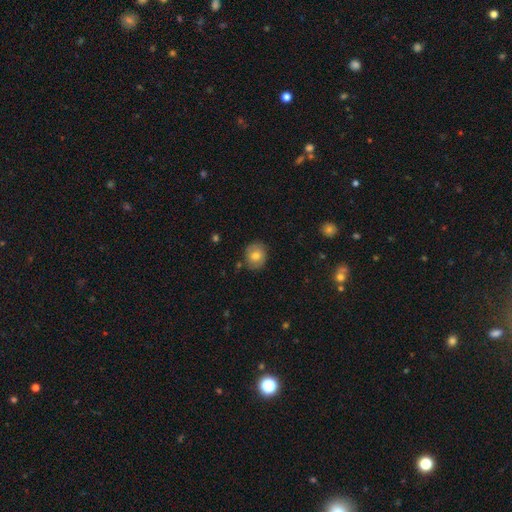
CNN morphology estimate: Smooth or featured?
  - smooth: 71% *
  - featured or disk: 21%
  - star or artifact: 9%
How rounded?
  - round: 78% *
  - in between: 21%
  - cigar-shaped: 1%
Merging?
  - none: 81% *
  - minor disturbance: 14%
  - major disturbance: 3%
  - merger: 2%